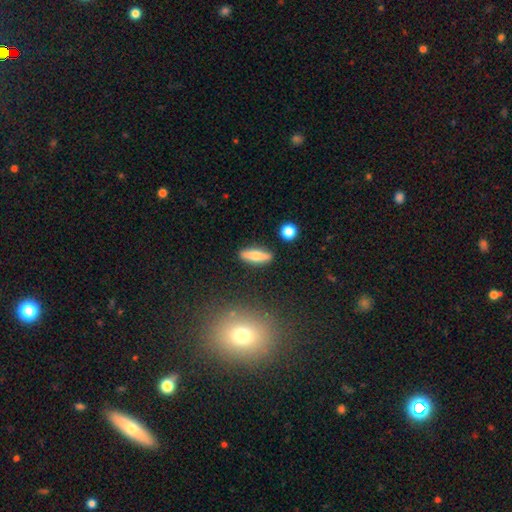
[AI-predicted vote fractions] Smooth or featured: smooth — 65% (featured or disk — 28%)
How rounded: cigar-shaped — 59% (in between — 38%)
Merging: none — 87% (minor disturbance — 8%)